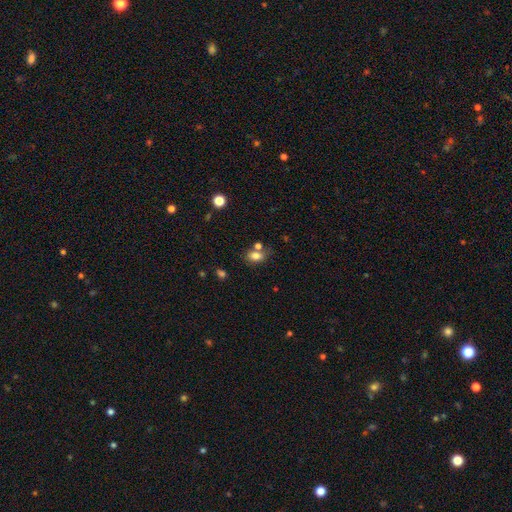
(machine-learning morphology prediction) This is likely a smooth galaxy (78%). How rounded: likely in between (72%). Merging: possibly none (57%).